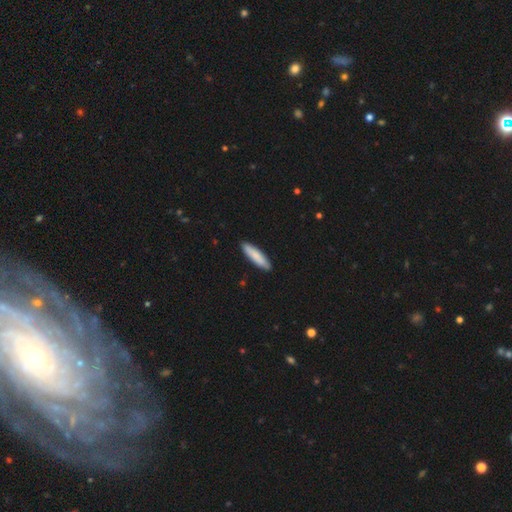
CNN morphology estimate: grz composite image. It shows a smooth galaxy with no disk features (85%) that is cigar-shaped (76%). Merging: none (90%).